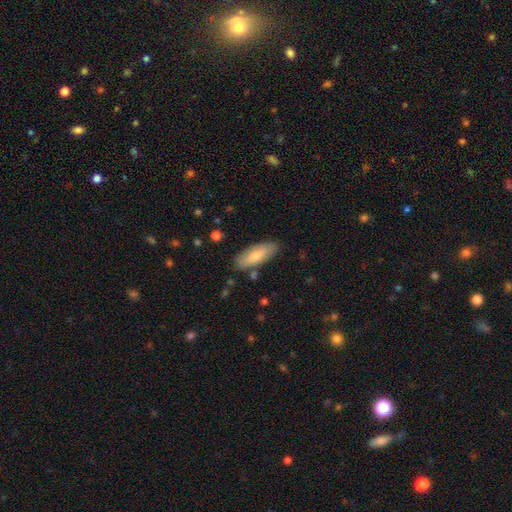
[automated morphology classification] This is likely a smooth galaxy (71%). How rounded: likely in between (71%). Merging: clearly none (81%).